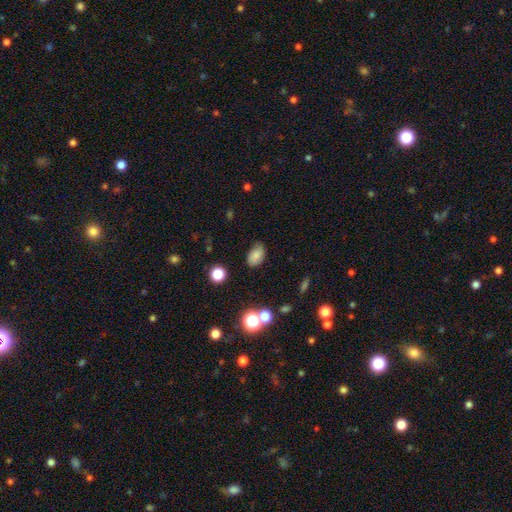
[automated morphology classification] A smooth galaxy with no disk features (78%) that is in between round and cigar-shaped (83%).

Vote fractions:
- Smooth or featured? smooth: 78% / star or artifact: 12% / featured or disk: 10%
- How rounded? in between: 83% / round: 15% / cigar-shaped: 1%
- Merging? none: 71% / minor disturbance: 22% / major disturbance: 5% / merger: 2%